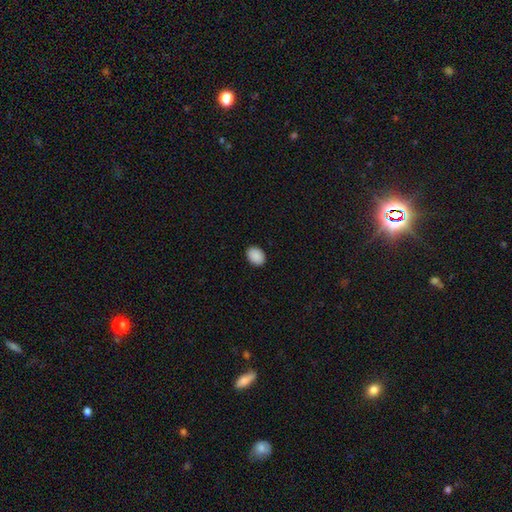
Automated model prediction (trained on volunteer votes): smooth 91%, star or artifact 7%, featured or disk 2%. Down the decision tree: how rounded — in between (69%); merging — none (90%).